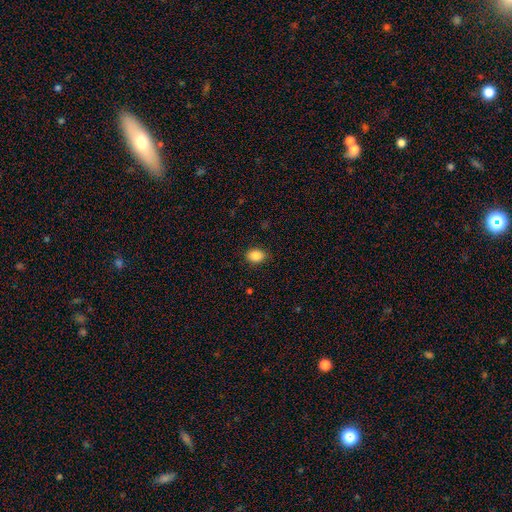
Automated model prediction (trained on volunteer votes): Morphology: type=smooth (87%); roundness=in between (71%); merging=none (87%).